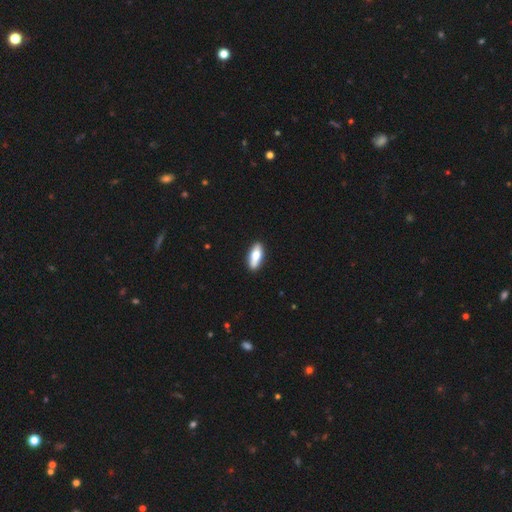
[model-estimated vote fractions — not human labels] Morphology: type=smooth (72%); roundness=in between (66%); merging=none (88%).